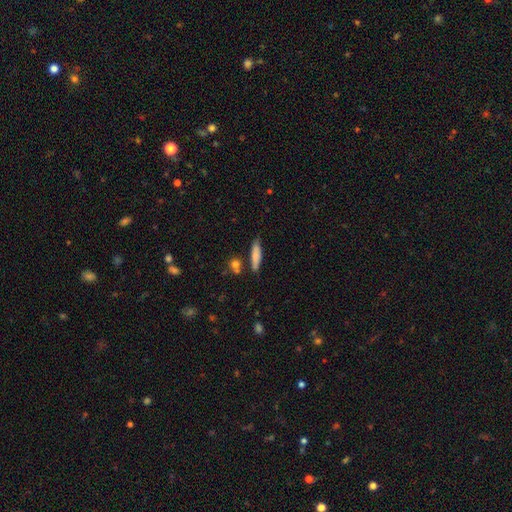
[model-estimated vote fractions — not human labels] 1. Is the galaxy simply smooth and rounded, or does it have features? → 77% smooth, 16% featured or disk, 7% star or artifact.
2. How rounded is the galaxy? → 80% cigar-shaped, 18% in between, 2% round.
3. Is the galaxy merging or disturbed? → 75% none, 15% minor disturbance, 6% merger, 3% major disturbance.